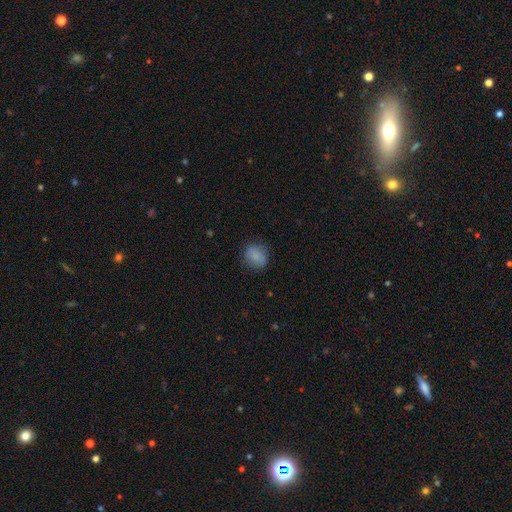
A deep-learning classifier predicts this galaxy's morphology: Smooth or featured? Predicted: smooth (p=0.84). How rounded? Predicted: round (p=0.66). Merging? Predicted: none (p=0.79).